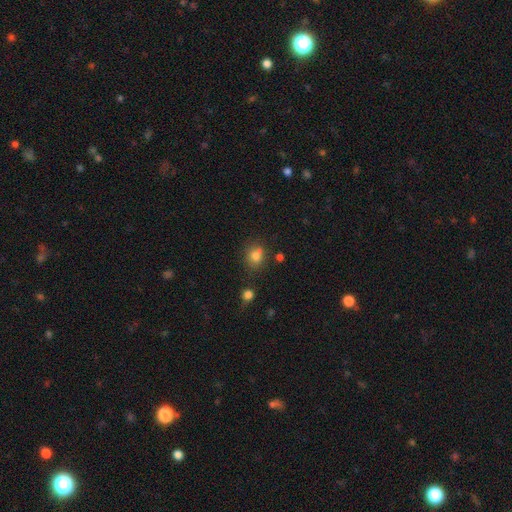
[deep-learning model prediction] smooth_or_featured: smooth (p=0.80) [alt: star or artifact p=0.13]
how_rounded: round (p=0.65) [alt: in between p=0.34]
merging: none (p=0.68) [alt: minor disturbance p=0.16]